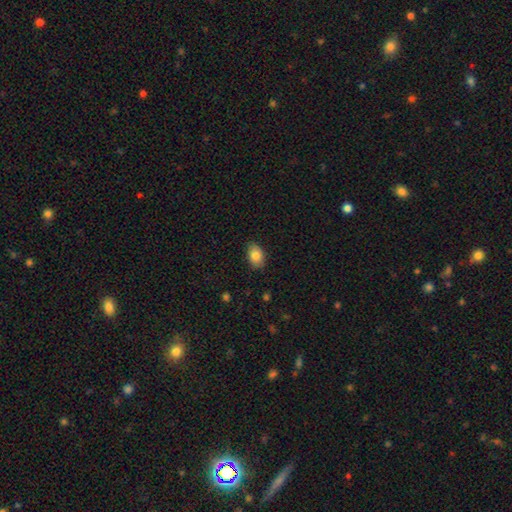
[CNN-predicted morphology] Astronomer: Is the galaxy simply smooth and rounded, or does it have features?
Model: smooth — 83%.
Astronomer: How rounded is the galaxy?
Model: in between — 86%.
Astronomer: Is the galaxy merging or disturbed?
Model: none — 85%.